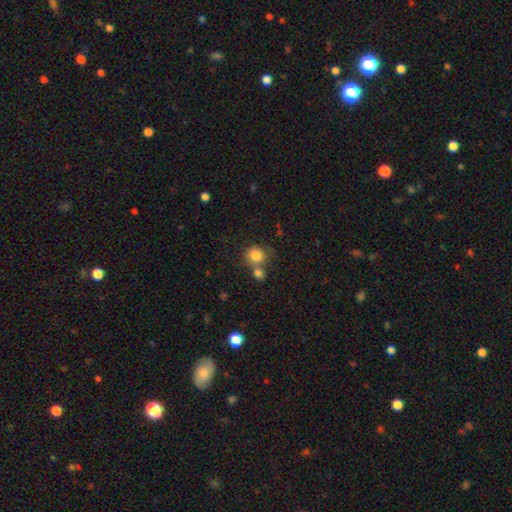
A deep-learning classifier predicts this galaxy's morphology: This appears to be a smooth galaxy with no disk features (83%) that is round (78%). Merging: none (52%).